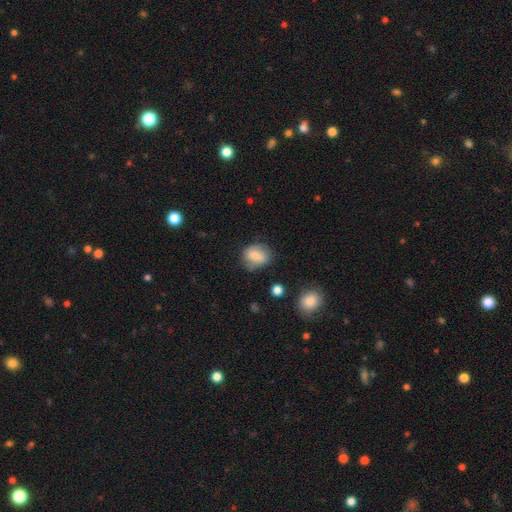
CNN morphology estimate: Smooth or featured? Predicted: smooth (p=0.73). How rounded? Predicted: round (p=0.51). Merging? Predicted: none (p=0.70).